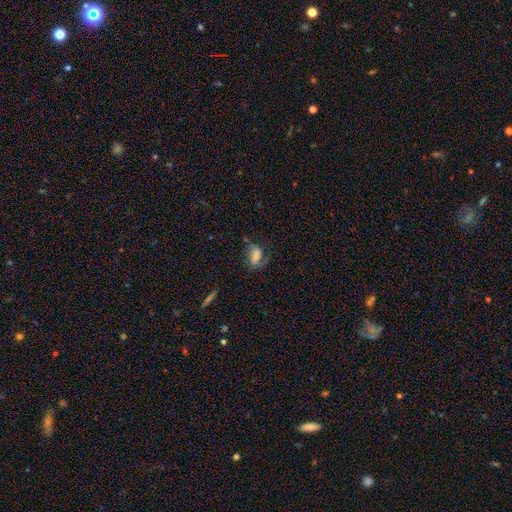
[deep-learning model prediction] A smooth galaxy with no disk features (46%). Merging: none (48%).